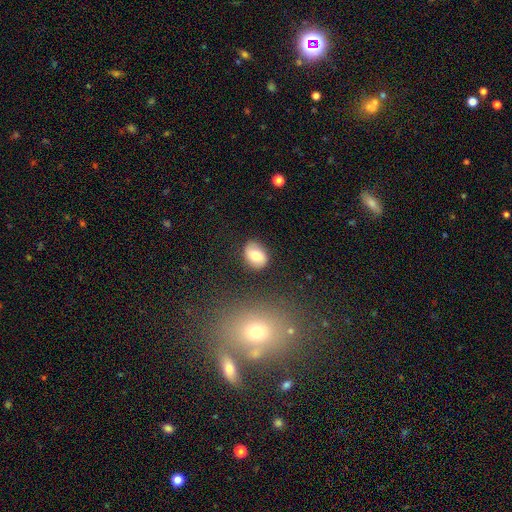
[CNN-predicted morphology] Smooth or featured?
  - smooth: 69% *
  - featured or disk: 22%
  - star or artifact: 9%
How rounded?
  - in between: 67% *
  - round: 32%
  - cigar-shaped: 1%
Merging?
  - none: 80% *
  - minor disturbance: 14%
  - major disturbance: 4%
  - merger: 2%